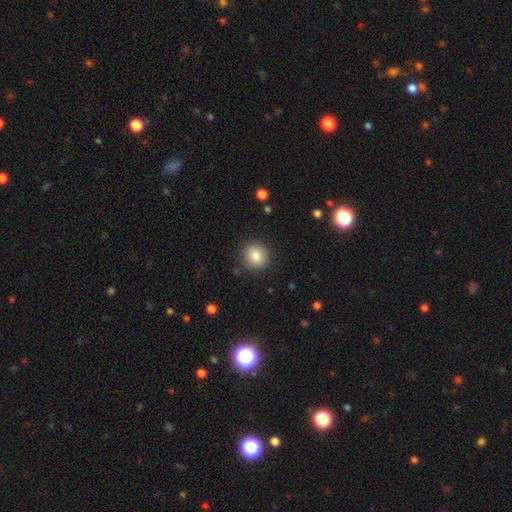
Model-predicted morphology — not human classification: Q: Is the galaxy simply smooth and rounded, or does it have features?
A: smooth — 85%.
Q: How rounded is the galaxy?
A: round — 90%.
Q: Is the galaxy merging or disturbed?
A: none — 90%.